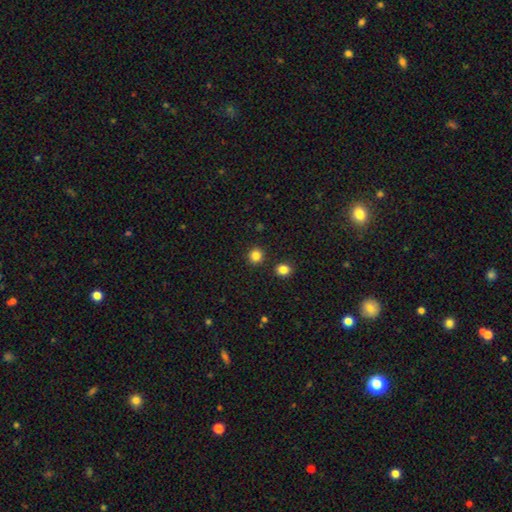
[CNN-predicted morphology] A smooth galaxy with no disk features (85%) that is round (89%).

Vote fractions:
- Smooth or featured? smooth: 85% / star or artifact: 12% / featured or disk: 4%
- How rounded? round: 89% / in between: 10% / cigar-shaped: 1%
- Merging? none: 89% / minor disturbance: 5% / merger: 4% / major disturbance: 2%